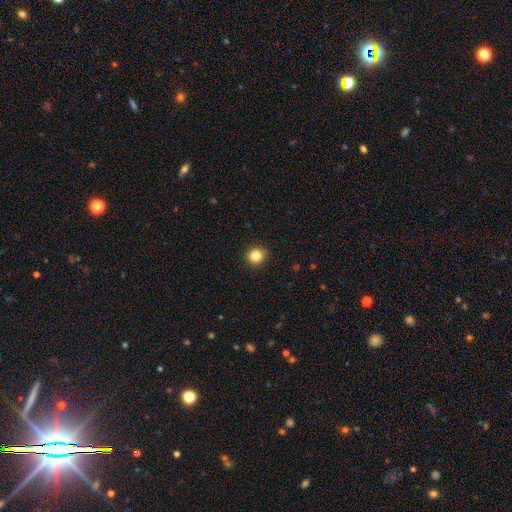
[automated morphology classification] Smooth or featured? Predicted: smooth (p=0.85). How rounded? Predicted: round (p=0.88). Merging? Predicted: none (p=0.89).